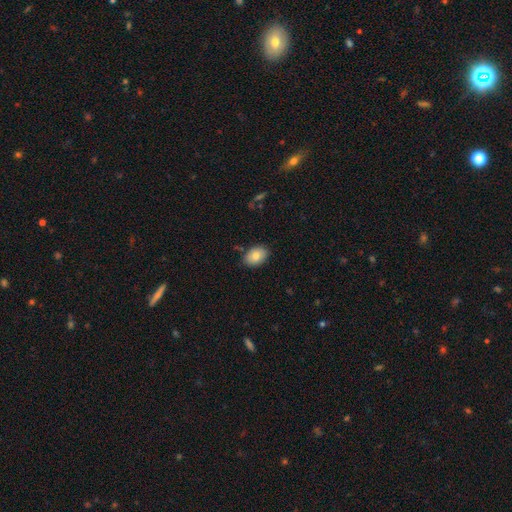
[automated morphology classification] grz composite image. It shows a smooth galaxy with no disk features (79%) that is in between round and cigar-shaped (79%). Merging: none (84%).